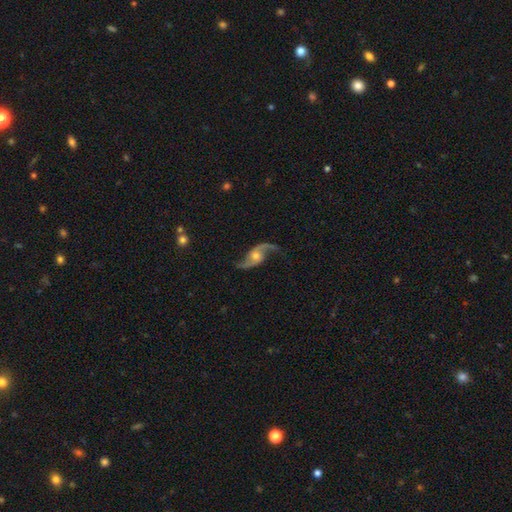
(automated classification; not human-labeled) featured or disk 90%, smooth 5%, star or artifact 5%. Down the decision tree: edge-on disk — no (96%); bar — no (61%); spiral arms — yes (97%); spiral arm count — 2 (94%); spiral winding — loose (83%); bulge size — moderate (60%); merging — none (77%).